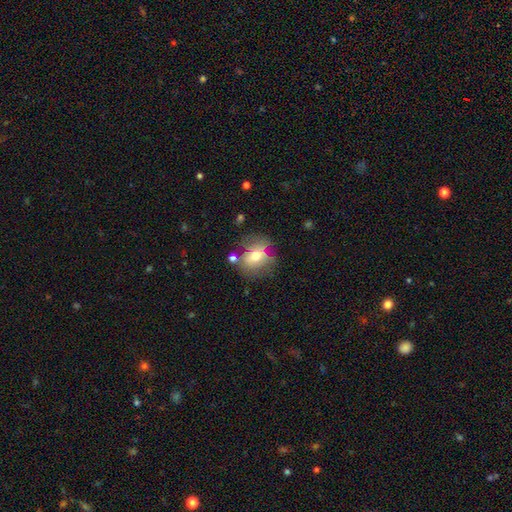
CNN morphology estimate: Smooth or featured: smooth — 60% (featured or disk — 29%)
How rounded: round — 63% (in between — 35%)
Merging: none — 63% (minor disturbance — 20%)